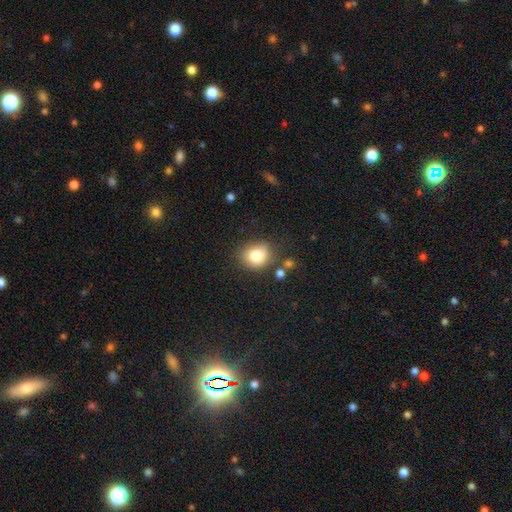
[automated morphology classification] smooth_or_featured: smooth (p=0.81) [alt: star or artifact p=0.10]
how_rounded: round (p=0.62) [alt: in between p=0.37]
merging: none (p=0.74) [alt: minor disturbance p=0.16]